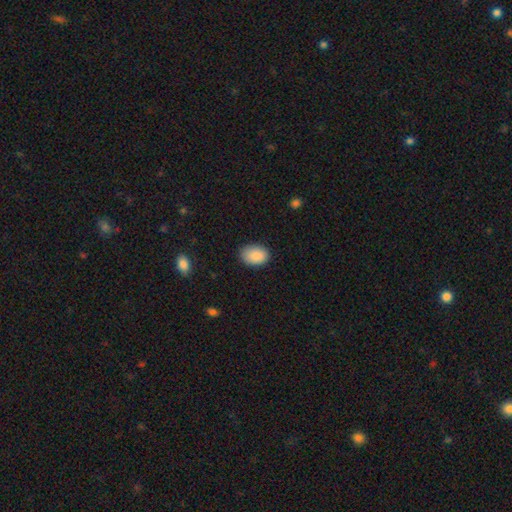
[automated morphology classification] Smooth or featured? smooth (89%)
How rounded? in between (83%)
Merging? none (82%)